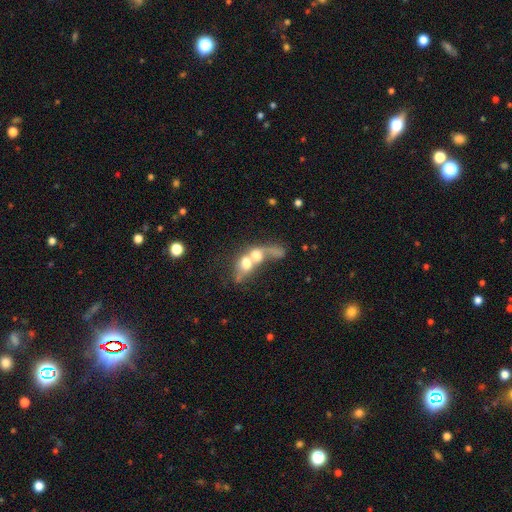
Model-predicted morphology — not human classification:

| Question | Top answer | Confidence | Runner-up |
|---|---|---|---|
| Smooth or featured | smooth | 54% | featured or disk (35%) |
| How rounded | in between | 53% | round (39%) |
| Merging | merger | 81% | major disturbance (9%) |